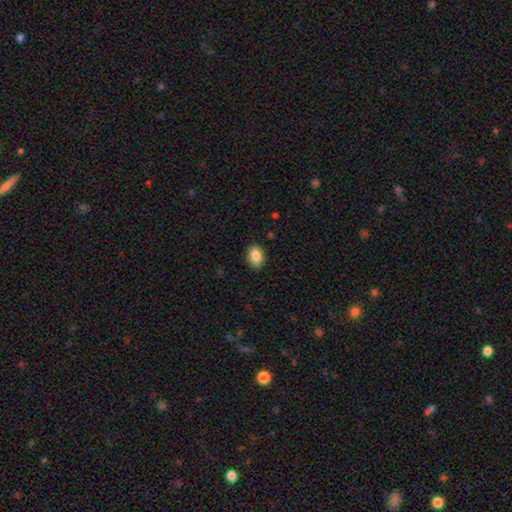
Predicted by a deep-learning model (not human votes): smooth_or_featured: smooth (p=0.87) [alt: star or artifact p=0.08]
how_rounded: in between (p=0.81) [alt: round p=0.18]
merging: none (p=0.86) [alt: minor disturbance p=0.10]